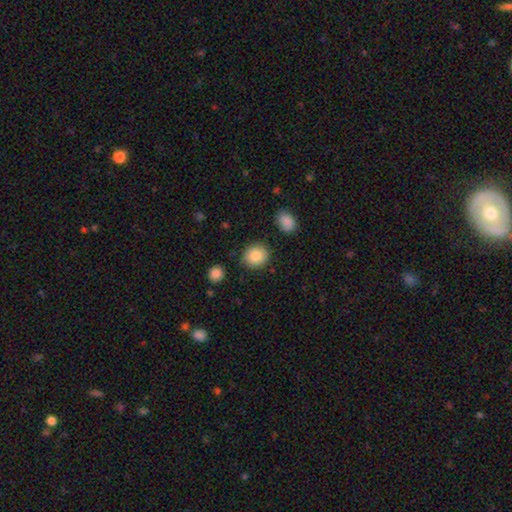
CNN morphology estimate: smooth_or_featured: smooth (p=0.86) [alt: star or artifact p=0.08]
how_rounded: round (p=0.81) [alt: in between p=0.18]
merging: none (p=0.87) [alt: minor disturbance p=0.08]